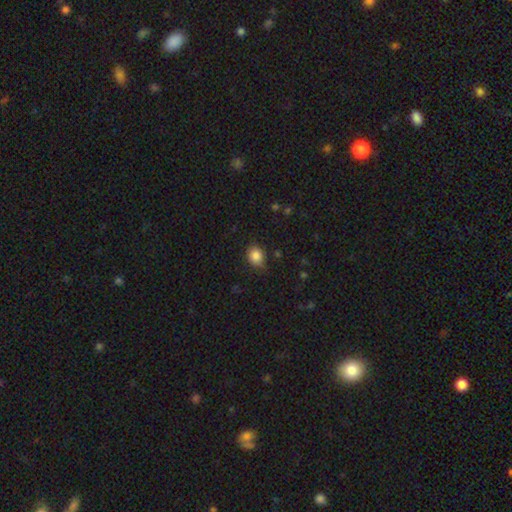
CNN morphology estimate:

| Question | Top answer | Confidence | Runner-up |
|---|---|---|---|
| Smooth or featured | smooth | 86% | star or artifact (10%) |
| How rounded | round | 60% | in between (39%) |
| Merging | none | 74% | minor disturbance (21%) |